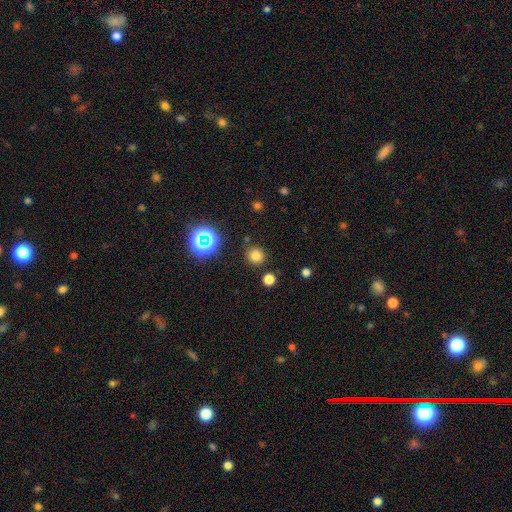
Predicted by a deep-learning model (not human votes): Overall: smooth (75%). How rounded: round (92%). Merging: none (86%).